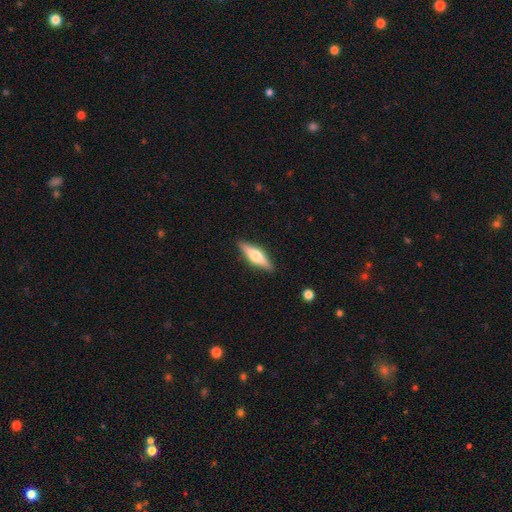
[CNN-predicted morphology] A featured or disk galaxy (55%) viewed edge-on (95%) with a rounded central bulge (92%).

Vote fractions:
- Smooth or featured? featured or disk: 55% / smooth: 39% / star or artifact: 6%
- Edge-on disk? yes: 95% / no: 5%
- Edge-on bulge? rounded: 92% / boxy: 6% / none: 3%
- Merging? none: 89% / minor disturbance: 8% / major disturbance: 2% / merger: 1%